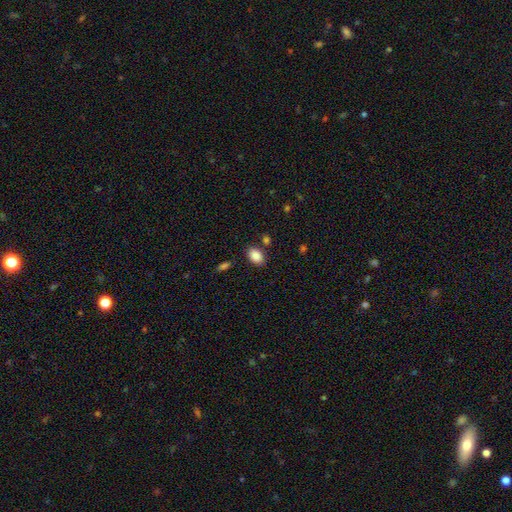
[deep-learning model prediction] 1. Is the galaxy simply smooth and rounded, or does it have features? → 88% smooth, 8% star or artifact, 4% featured or disk.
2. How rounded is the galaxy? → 83% in between, 16% round, 1% cigar-shaped.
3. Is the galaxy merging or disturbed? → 80% none, 11% minor disturbance, 5% merger, 3% major disturbance.